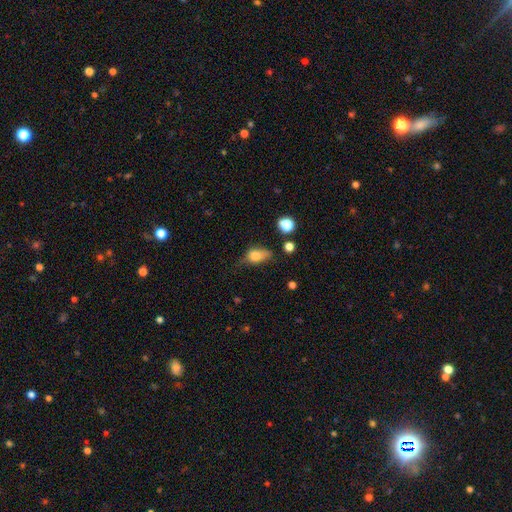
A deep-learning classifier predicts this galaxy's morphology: Q: Smooth or featured?
A: smooth (75%); runner-up: featured or disk (15%)
Q: How rounded?
A: in between (75%); runner-up: round (21%)
Q: Merging?
A: minor disturbance (40%); runner-up: none (35%)